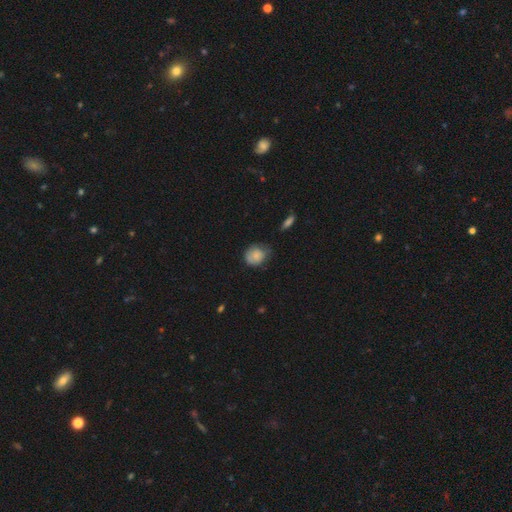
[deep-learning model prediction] A smooth galaxy with no disk features (76%) that is round (65%).

Vote fractions:
- Smooth or featured? smooth: 76% / featured or disk: 16% / star or artifact: 8%
- How rounded? round: 65% / in between: 34% / cigar-shaped: 1%
- Merging? none: 50% / minor disturbance: 36% / major disturbance: 11% / merger: 2%